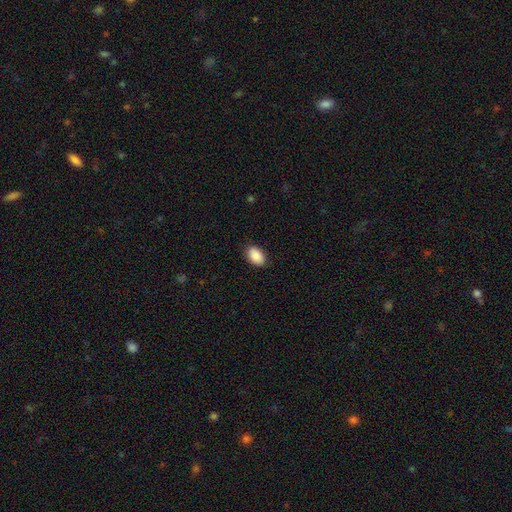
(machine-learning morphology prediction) A smooth galaxy with no disk features (90%) that is in between round and cigar-shaped (92%). Merging: none (87%).